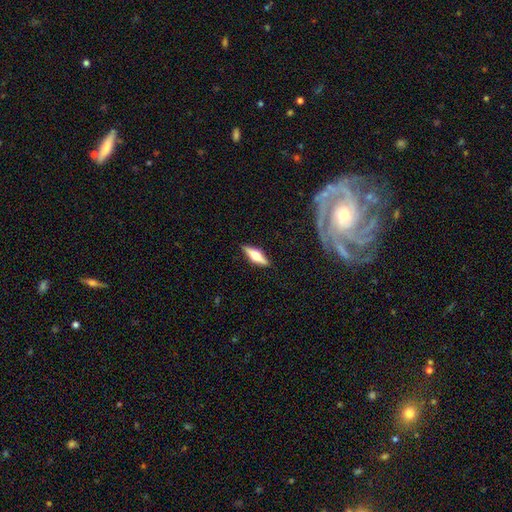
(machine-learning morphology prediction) The model was most divided on "smooth or featured": featured or disk: 60%, smooth: 34%, star or artifact: 6%. More confident: edge-on bulge — rounded (95%); edge-on disk — yes (94%); merging — none (89%).